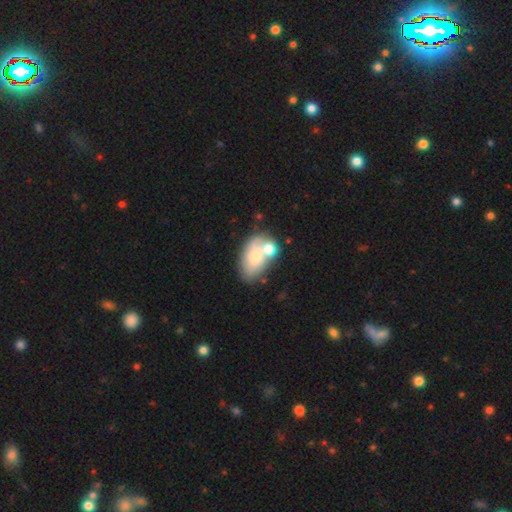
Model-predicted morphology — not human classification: smooth-or-featured: smooth: 58% | featured or disk: 33% | star or artifact: 8%
  how-rounded: in between: 89% | round: 9% | cigar-shaped: 2%
  merging: none: 40% | merger: 32% | minor disturbance: 18% | major disturbance: 9%